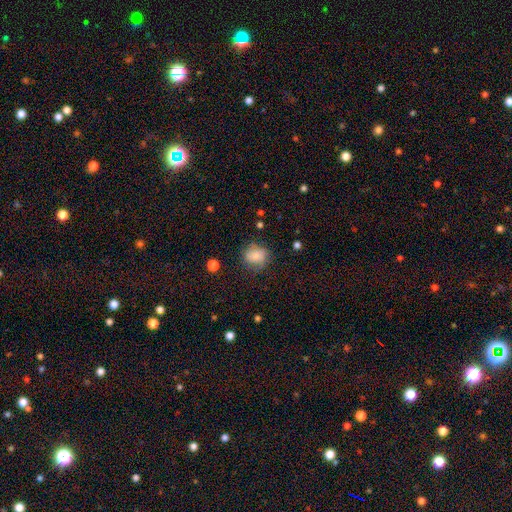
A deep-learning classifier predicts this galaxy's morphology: Smooth or featured?
  - smooth: 76% *
  - featured or disk: 14%
  - star or artifact: 9%
How rounded?
  - round: 68% *
  - in between: 31%
  - cigar-shaped: 1%
Merging?
  - none: 70% *
  - minor disturbance: 21%
  - major disturbance: 7%
  - merger: 2%